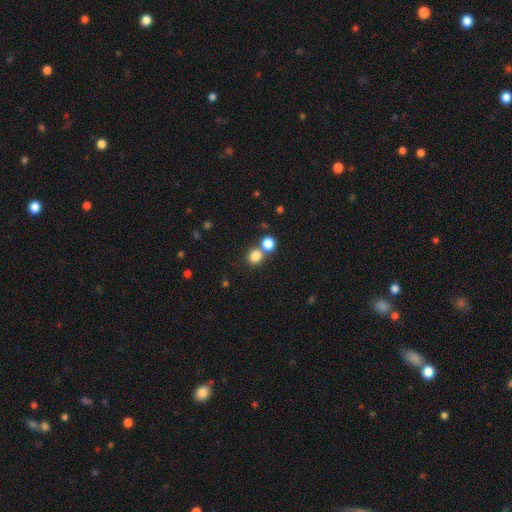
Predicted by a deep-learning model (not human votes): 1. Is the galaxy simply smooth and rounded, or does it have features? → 82% smooth, 12% star or artifact, 6% featured or disk.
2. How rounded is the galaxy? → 77% round, 22% in between, 1% cigar-shaped.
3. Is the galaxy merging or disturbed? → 53% none, 37% merger, 7% minor disturbance, 3% major disturbance.